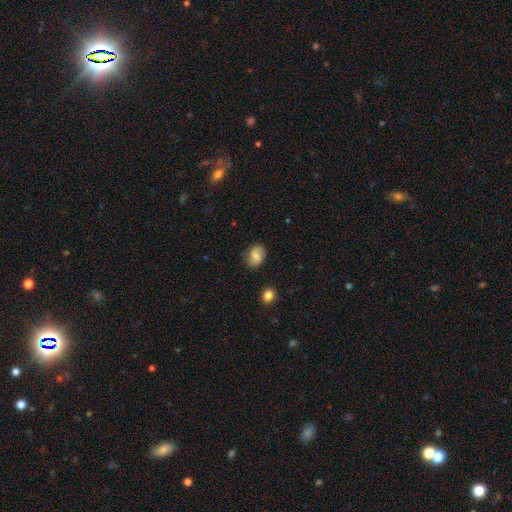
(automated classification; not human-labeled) Smooth or featured? Predicted: smooth (p=0.68). How rounded? Predicted: in between (p=0.69). Merging? Predicted: none (p=0.78).